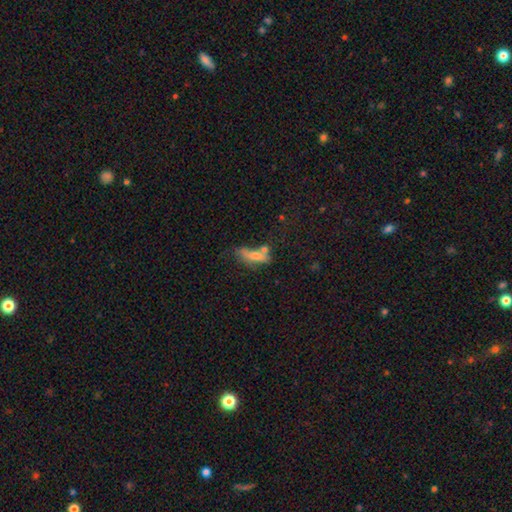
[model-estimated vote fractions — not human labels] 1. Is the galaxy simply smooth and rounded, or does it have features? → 56% smooth, 33% featured or disk, 11% star or artifact.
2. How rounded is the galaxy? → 51% cigar-shaped, 45% in between, 4% round.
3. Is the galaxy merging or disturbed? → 37% none, 29% merger, 21% minor disturbance, 14% major disturbance.